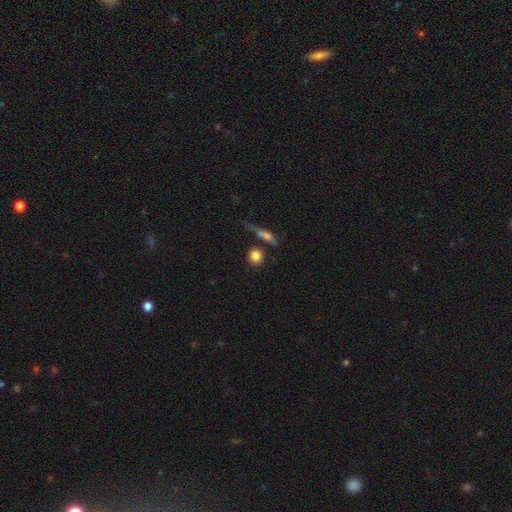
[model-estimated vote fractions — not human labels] A smooth galaxy with no disk features (84%) that is round (85%).

Vote fractions:
- Smooth or featured? smooth: 84% / star or artifact: 9% / featured or disk: 8%
- How rounded? round: 85% / in between: 12% / cigar-shaped: 3%
- Merging? none: 72% / merger: 13% / minor disturbance: 11% / major disturbance: 4%